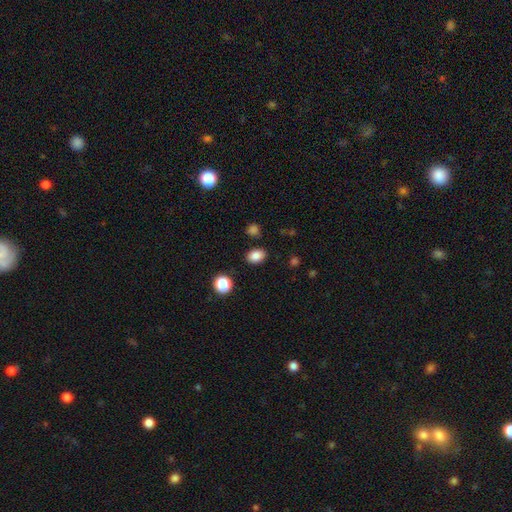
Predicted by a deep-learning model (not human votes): smooth_or_featured: smooth (p=0.85) [alt: star or artifact p=0.11]
how_rounded: in between (p=0.74) [alt: round p=0.25]
merging: none (p=0.85) [alt: minor disturbance p=0.10]